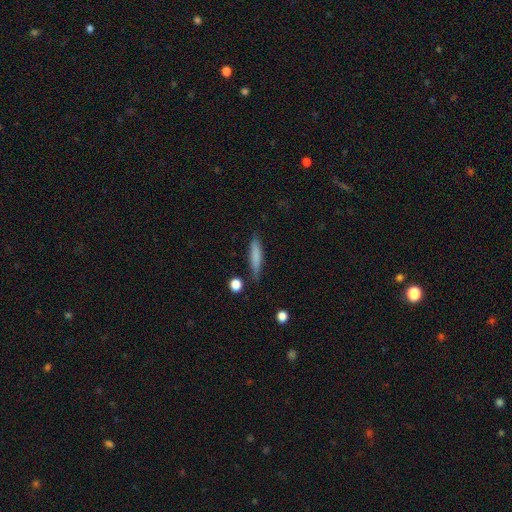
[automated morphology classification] Smooth or featured? smooth (75%)
How rounded? cigar-shaped (84%)
Merging? none (74%)